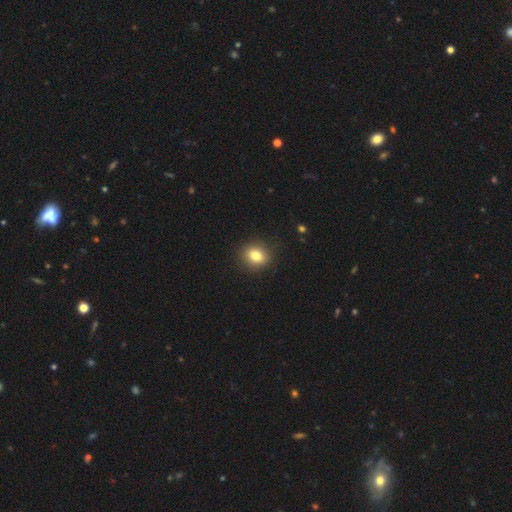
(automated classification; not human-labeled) Morphology: type=smooth (81%); roundness=round (60%); merging=none (89%).